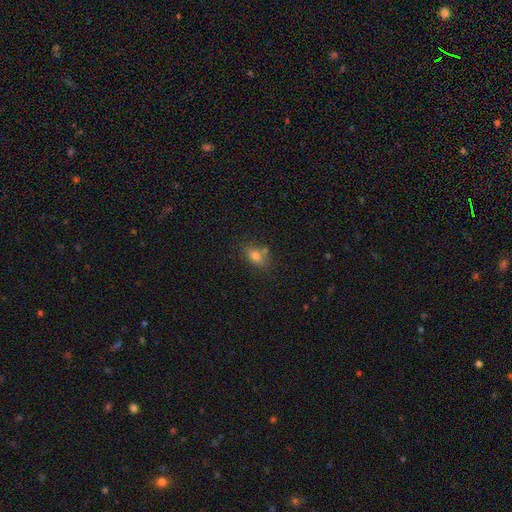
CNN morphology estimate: type=smooth (73%); roundness=in between (78%); merging=none (65%).